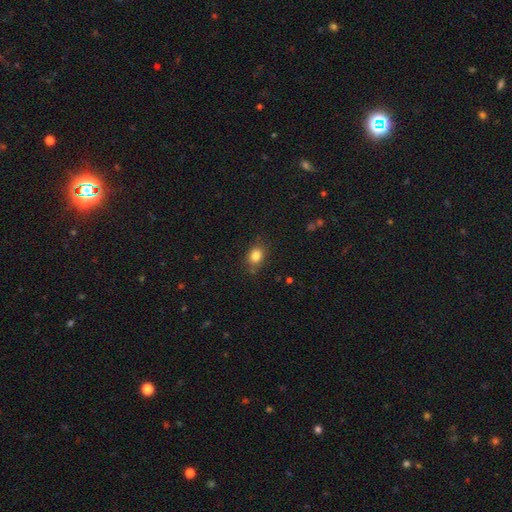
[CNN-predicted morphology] Q: Smooth or featured?
A: smooth (83%); runner-up: star or artifact (10%)
Q: How rounded?
A: in between (55%); runner-up: round (44%)
Q: Merging?
A: none (79%); runner-up: minor disturbance (15%)